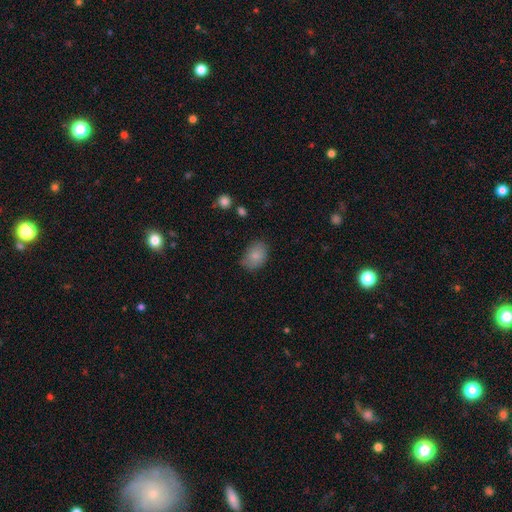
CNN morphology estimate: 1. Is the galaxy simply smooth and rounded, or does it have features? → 83% smooth, 8% featured or disk, 8% star or artifact.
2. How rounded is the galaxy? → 78% in between, 21% round, 1% cigar-shaped.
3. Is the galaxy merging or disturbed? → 72% none, 22% minor disturbance, 4% major disturbance, 2% merger.